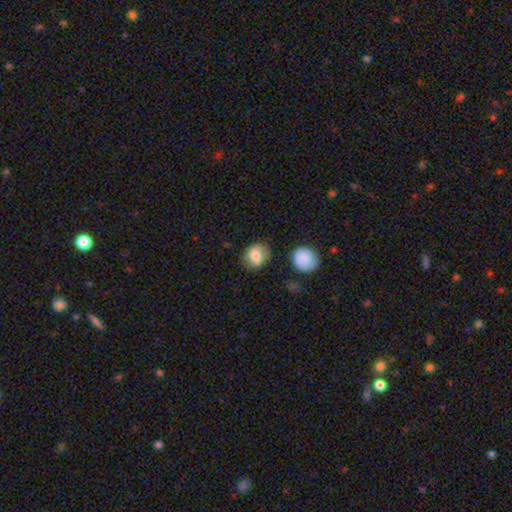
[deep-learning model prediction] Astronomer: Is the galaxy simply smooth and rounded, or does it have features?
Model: smooth — 76%.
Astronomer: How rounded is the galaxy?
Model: round — 60% (runner-up: in between, 38%).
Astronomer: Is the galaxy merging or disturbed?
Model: none — 73%.